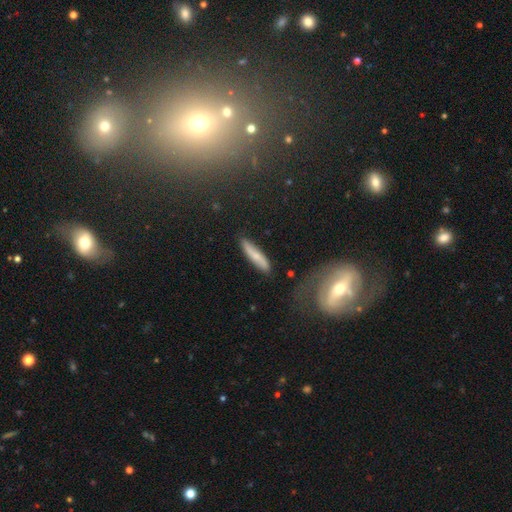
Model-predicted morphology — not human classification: smooth-or-featured: smooth: 61% | featured or disk: 32% | star or artifact: 7%
  how-rounded: cigar-shaped: 85% | in between: 13% | round: 2%
  merging: none: 79% | minor disturbance: 15% | major disturbance: 4% | merger: 3%